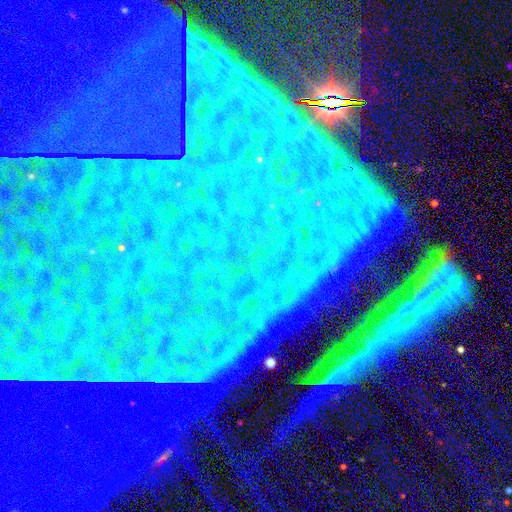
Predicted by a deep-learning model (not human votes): star or artifact 85%, featured or disk 8%, smooth 7%.